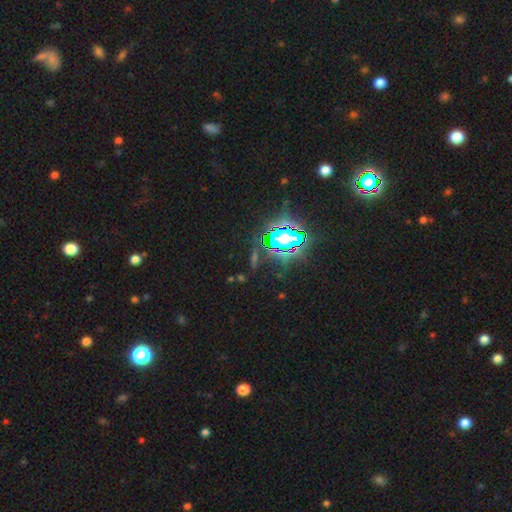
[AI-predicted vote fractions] Smooth or featured? Predicted: star or artifact (p=0.77).